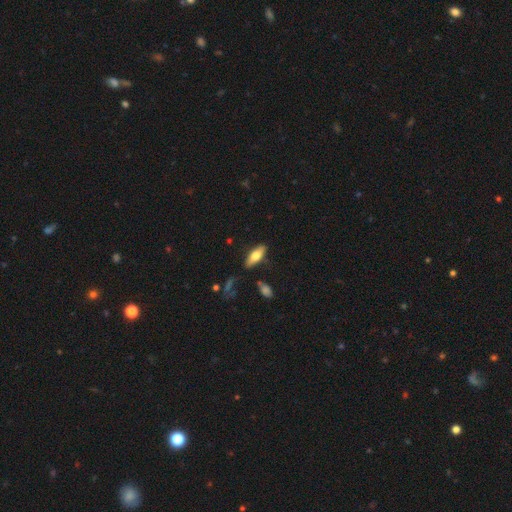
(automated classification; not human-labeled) Smooth or featured? smooth (70%)
How rounded? in between (71%)
Merging? none (82%)